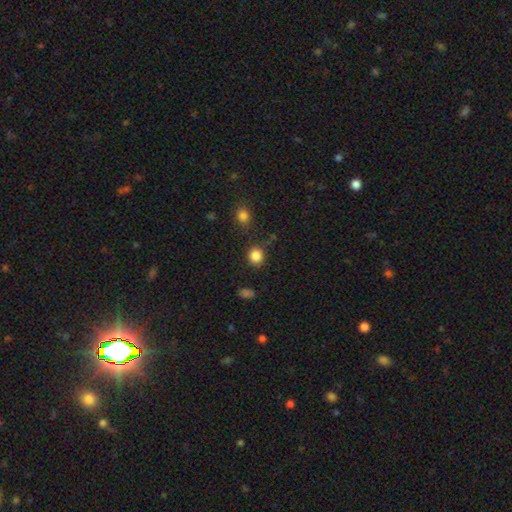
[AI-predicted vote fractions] This appears to be a smooth galaxy with no disk features (85%) that is round (89%). Merging: none (83%).